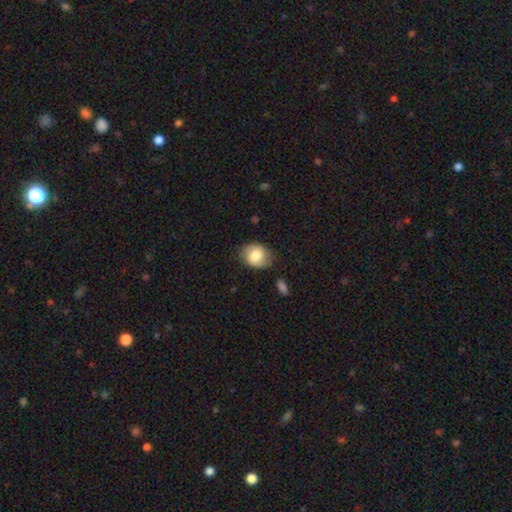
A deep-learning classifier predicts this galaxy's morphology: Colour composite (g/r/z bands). It shows a smooth galaxy with no disk features (79%) that is in between round and cigar-shaped (55%). Merging: none (75%).